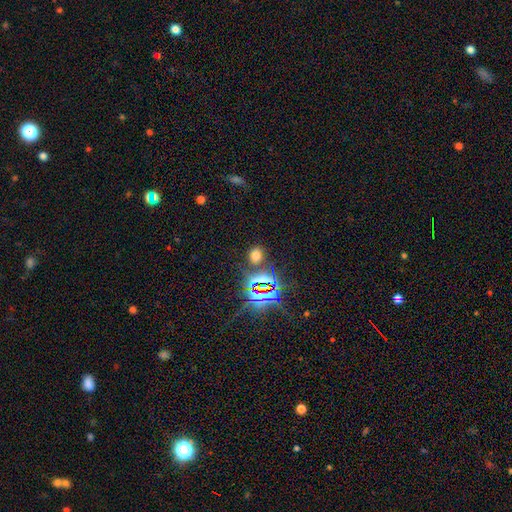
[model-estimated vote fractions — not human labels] Smooth or featured? Predicted: smooth (p=0.57). How rounded? Predicted: round (p=0.53). Merging? Predicted: none (p=0.82).